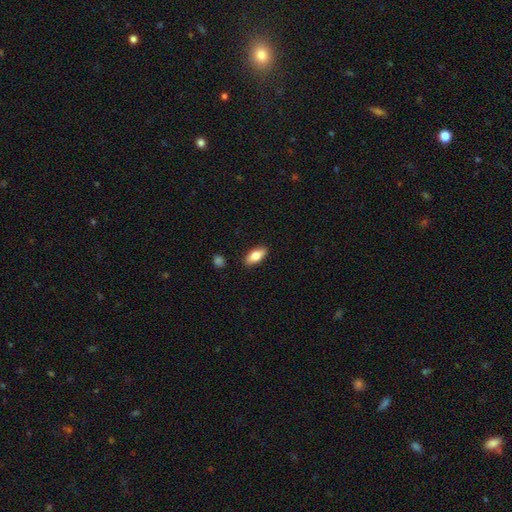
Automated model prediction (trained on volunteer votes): smooth_or_featured: smooth (p=0.77) [alt: featured or disk p=0.17]
how_rounded: in between (p=0.84) [alt: cigar-shaped p=0.13]
merging: none (p=0.88) [alt: minor disturbance p=0.08]